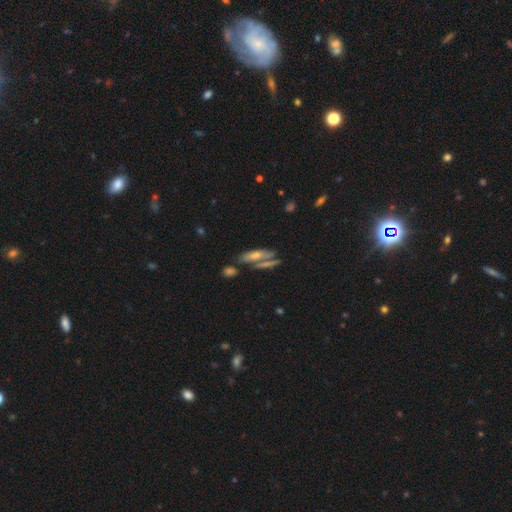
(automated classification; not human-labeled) Smooth or featured? Predicted: featured or disk (p=0.46). Merging? Predicted: none (p=0.48).